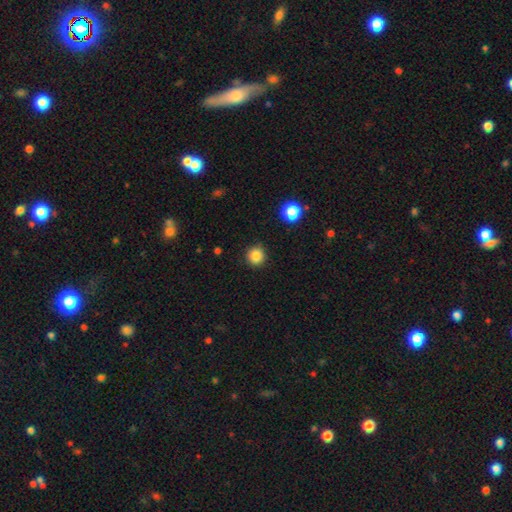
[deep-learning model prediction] Smooth or featured?
  - smooth: 85% *
  - star or artifact: 11%
  - featured or disk: 4%
How rounded?
  - round: 92% *
  - in between: 7%
  - cigar-shaped: 1%
Merging?
  - none: 90% *
  - minor disturbance: 6%
  - major disturbance: 2%
  - merger: 1%